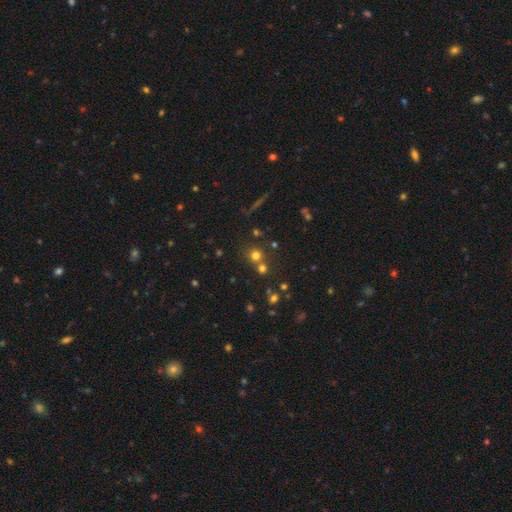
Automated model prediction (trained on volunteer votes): A smooth galaxy with no disk features (67%) that is round (89%). Merging: none (61%).